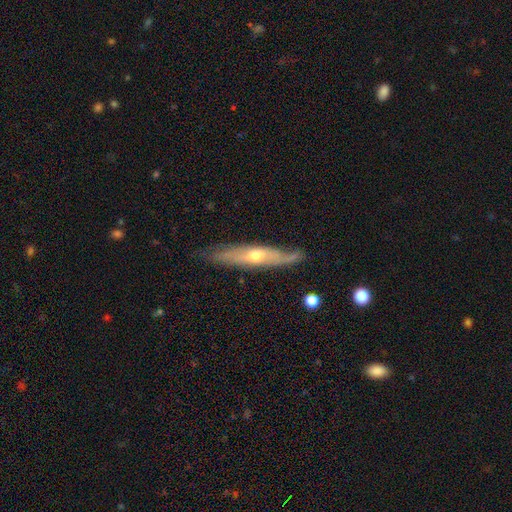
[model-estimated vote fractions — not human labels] This is likely a featured or disk galaxy (64%). It is likely viewed edge-on (69%). Merging: likely none (72%).